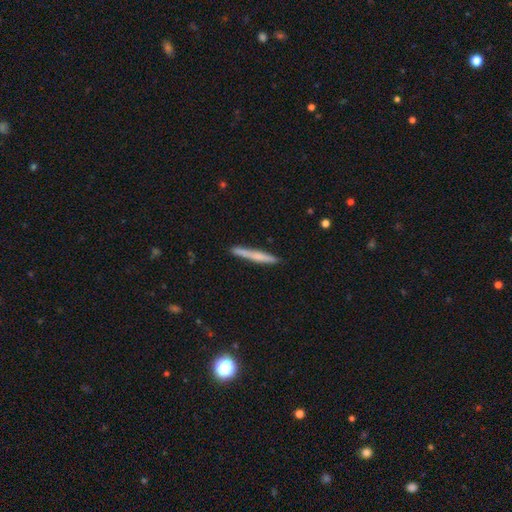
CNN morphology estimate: Smooth or featured? Predicted: smooth (p=0.58). How rounded? Predicted: cigar-shaped (p=0.96). Merging? Predicted: none (p=0.87).